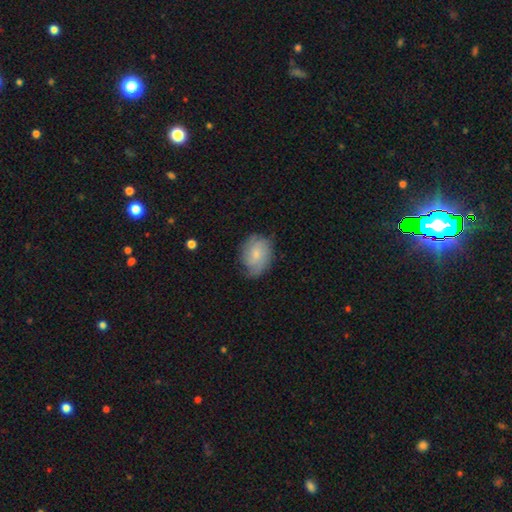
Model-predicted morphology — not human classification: This is possibly a smooth galaxy (56%). How rounded: likely in between (60%). Merging: likely none (64%).